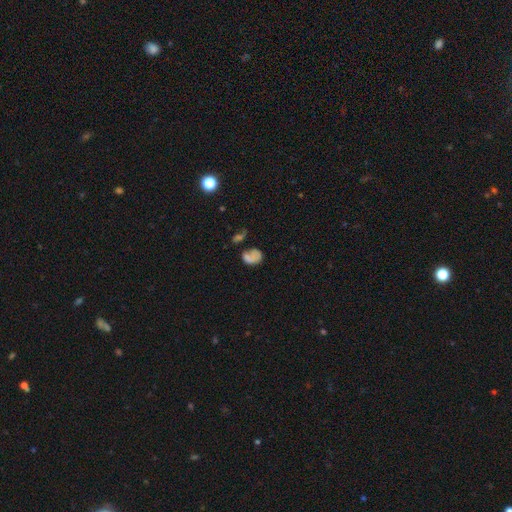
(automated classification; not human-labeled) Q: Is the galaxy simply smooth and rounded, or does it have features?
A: smooth — 52%.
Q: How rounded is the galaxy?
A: in between — 57%.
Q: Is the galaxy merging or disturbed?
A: none — 38%.